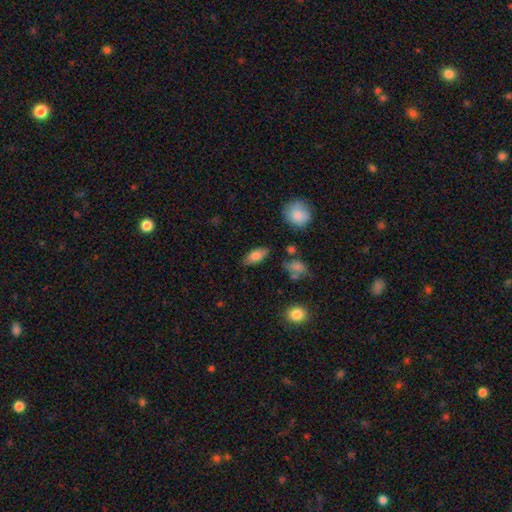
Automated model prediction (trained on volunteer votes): smooth_or_featured: smooth (p=0.77) [alt: featured or disk p=0.15]
how_rounded: in between (p=0.85) [alt: cigar-shaped p=0.11]
merging: none (p=0.82) [alt: minor disturbance p=0.12]